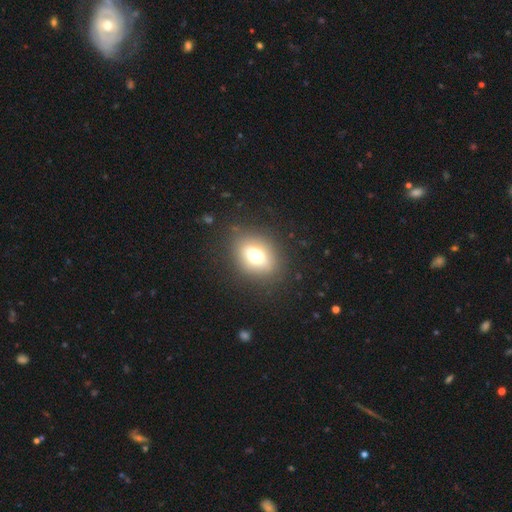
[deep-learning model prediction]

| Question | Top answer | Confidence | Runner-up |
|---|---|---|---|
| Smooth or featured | smooth | 69% | featured or disk (19%) |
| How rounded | in between | 60% | round (38%) |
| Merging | none | 83% | minor disturbance (11%) |